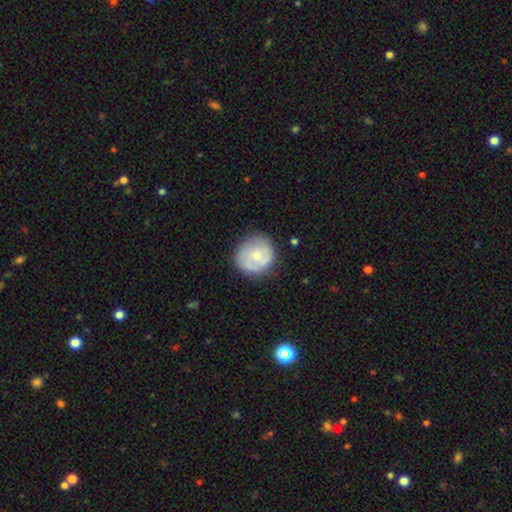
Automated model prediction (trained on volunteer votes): Overall: smooth (50%; featured or disk 44%). Merging: none (75%).